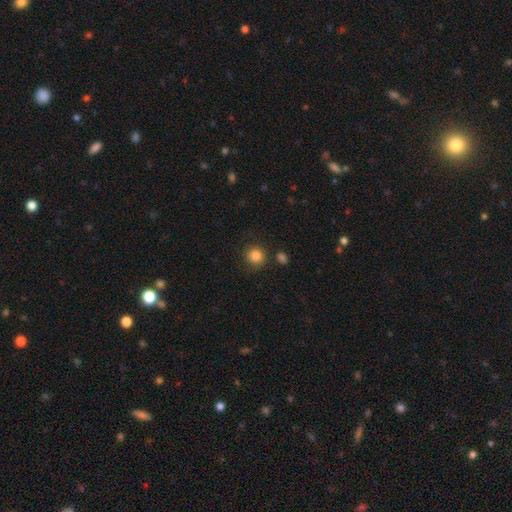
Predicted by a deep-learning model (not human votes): Smooth or featured? Predicted: smooth (p=0.85). How rounded? Predicted: round (p=0.92). Merging? Predicted: none (p=0.82).